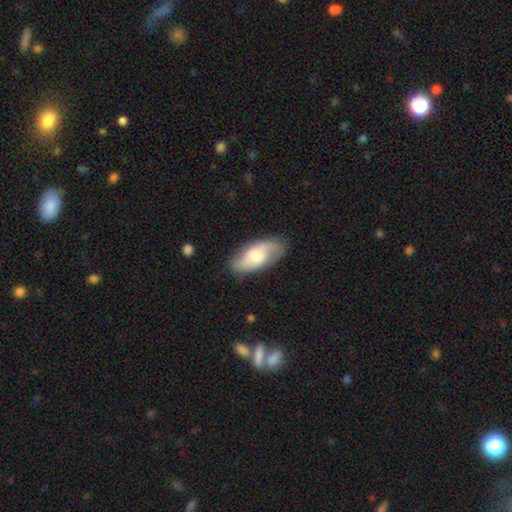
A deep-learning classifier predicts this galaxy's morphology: This appears to be a featured or disk galaxy (50%). Merging: none (74%).